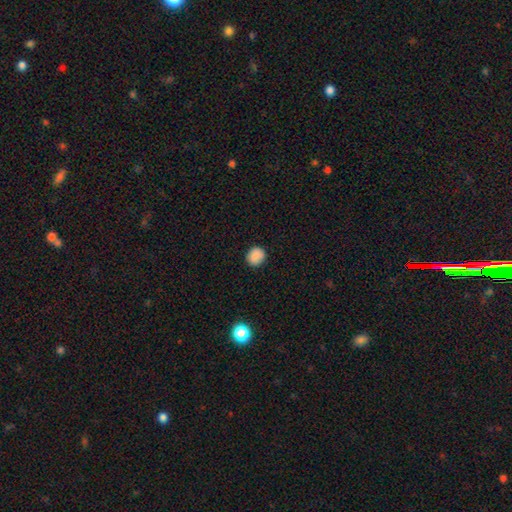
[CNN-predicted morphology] Overall: smooth (87%). How rounded: round (81%). Merging: none (89%).